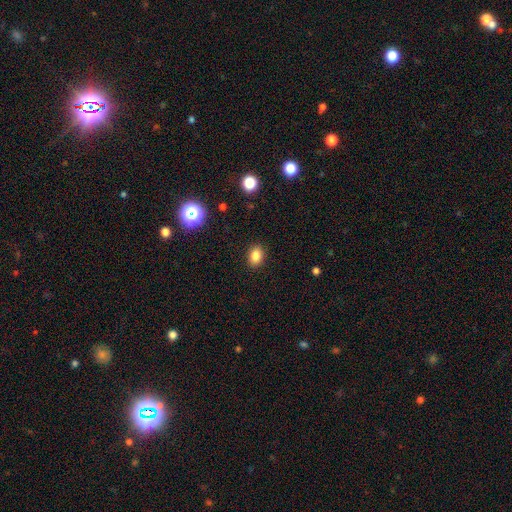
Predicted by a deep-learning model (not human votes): Overall: smooth (83%). How rounded: in between (70%). Merging: none (89%).